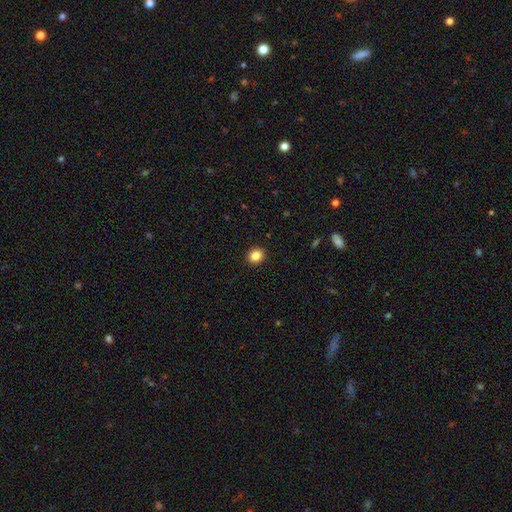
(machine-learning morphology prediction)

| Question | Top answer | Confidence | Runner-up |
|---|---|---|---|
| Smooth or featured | smooth | 86% | star or artifact (10%) |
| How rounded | round | 76% | in between (23%) |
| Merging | none | 93% | minor disturbance (5%) |